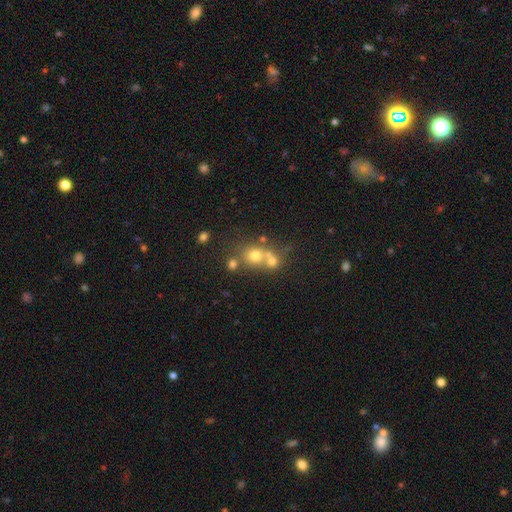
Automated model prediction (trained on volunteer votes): A smooth galaxy with no disk features (62%) that is round (80%). Merging: merger (48%).